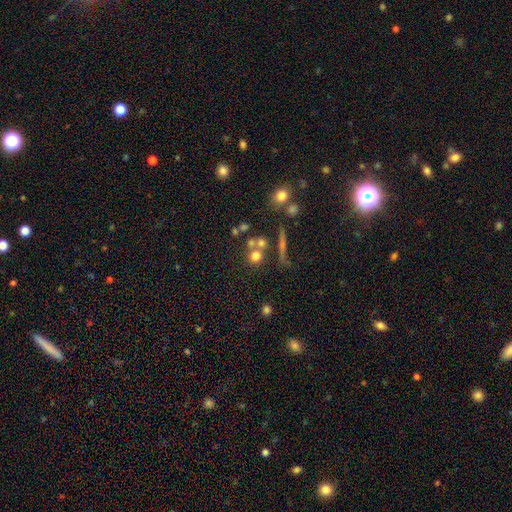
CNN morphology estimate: type=smooth (66%); roundness=round (88%); merging=none (52%).